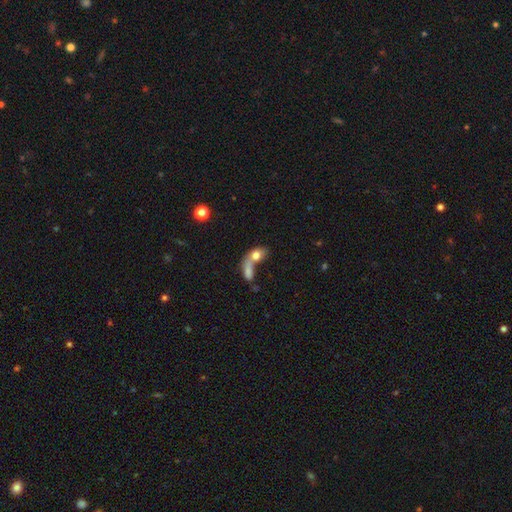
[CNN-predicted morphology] A smooth galaxy with no disk features (73%) that is in between round and cigar-shaped (67%).

Vote fractions:
- Smooth or featured? smooth: 73% / featured or disk: 18% / star or artifact: 9%
- How rounded? in between: 67% / round: 26% / cigar-shaped: 7%
- Merging? merger: 64% / none: 19% / major disturbance: 10% / minor disturbance: 7%